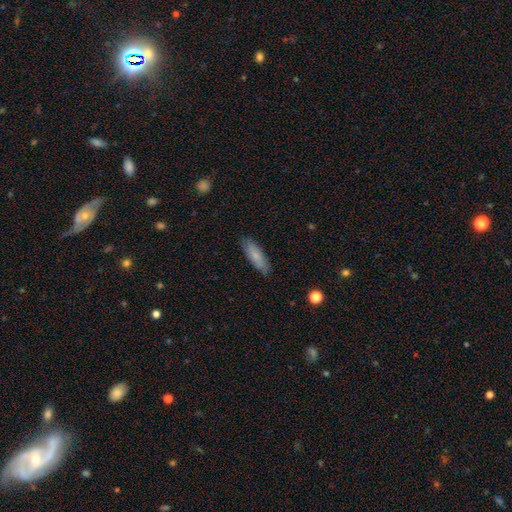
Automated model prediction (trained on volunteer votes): The model was most divided on "how rounded": cigar-shaped: 50%, in between: 48%, round: 2%. More confident: merging — none (82%); smooth or featured — smooth (77%).